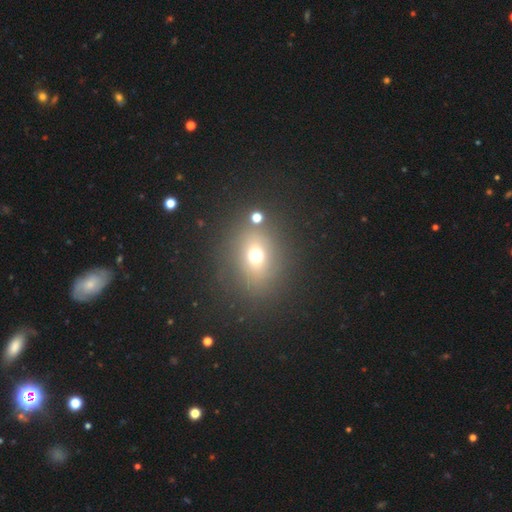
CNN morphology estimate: type=smooth (64%); roundness=round (64%); merging=none (74%).